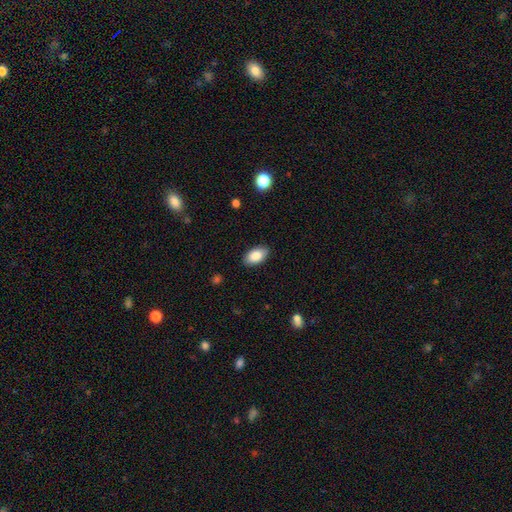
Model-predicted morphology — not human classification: smooth_or_featured: smooth (p=0.86) [alt: star or artifact p=0.07]
how_rounded: in between (p=0.94) [alt: round p=0.05]
merging: none (p=0.88) [alt: minor disturbance p=0.09]